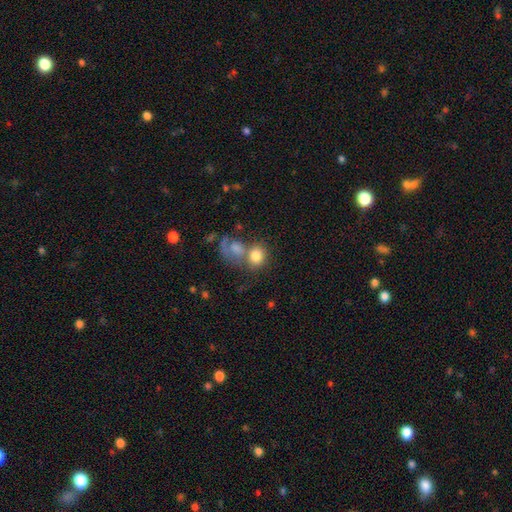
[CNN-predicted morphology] This is likely a smooth galaxy (78%). How rounded: possibly round (58%). Merging: marginally merger (45%).